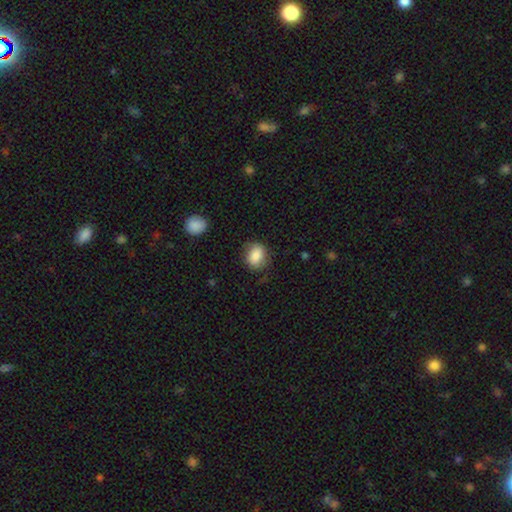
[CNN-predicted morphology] This is clearly a smooth galaxy (82%). How rounded: possibly in between (55%). Merging: likely none (72%).